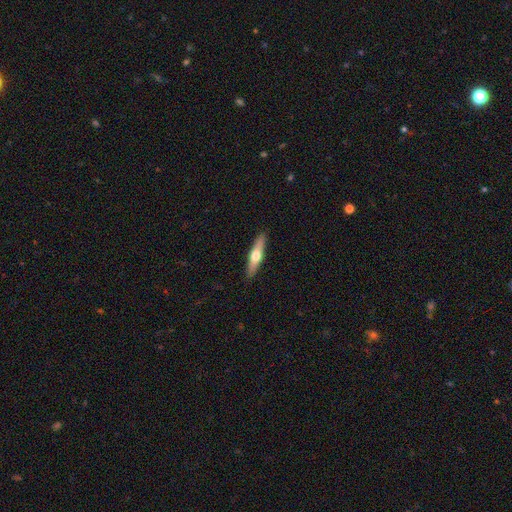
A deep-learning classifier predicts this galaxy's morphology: Smooth or featured? Predicted: featured or disk (p=0.51). Edge-on disk? Predicted: yes (p=0.93). Merging? Predicted: none (p=0.91).